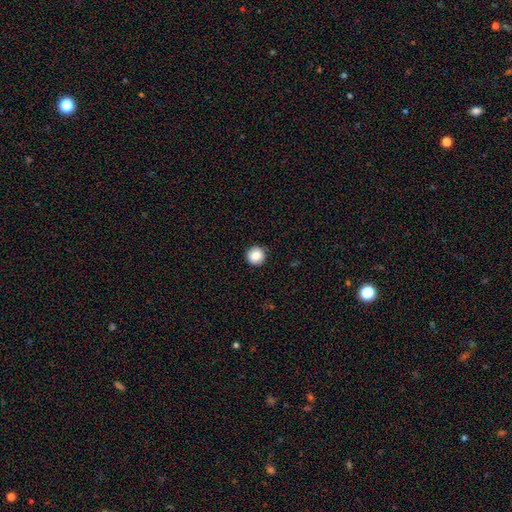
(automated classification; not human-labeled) Overall: smooth (87%). How rounded: round (96%). Merging: none (92%).